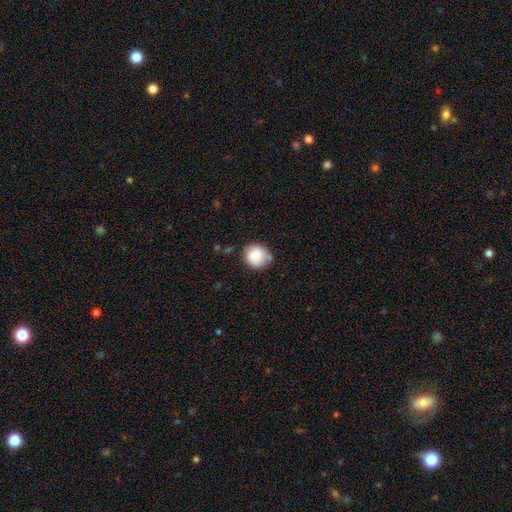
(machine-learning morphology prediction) This appears to be a smooth galaxy with no disk features (83%) that is round (87%). Merging: none (70%).